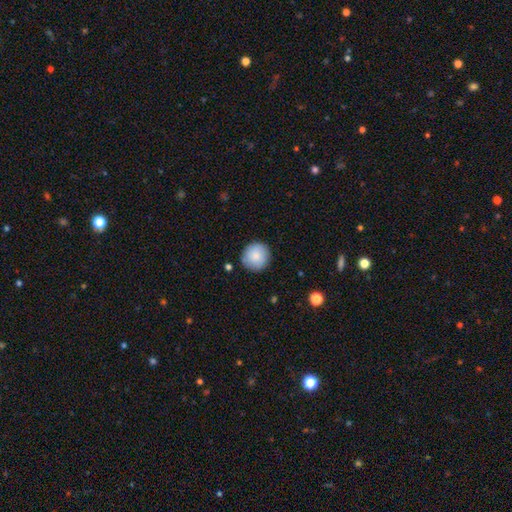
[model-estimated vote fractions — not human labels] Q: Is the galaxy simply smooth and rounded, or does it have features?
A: smooth — 86%.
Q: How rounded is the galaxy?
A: round — 94%.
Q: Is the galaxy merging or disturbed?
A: none — 88%.